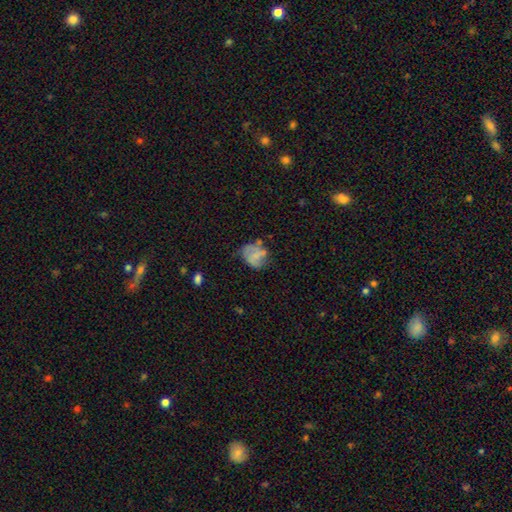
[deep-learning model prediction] smooth 47%, featured or disk 43%, star or artifact 10%. Down the decision tree: merging — none (44%).